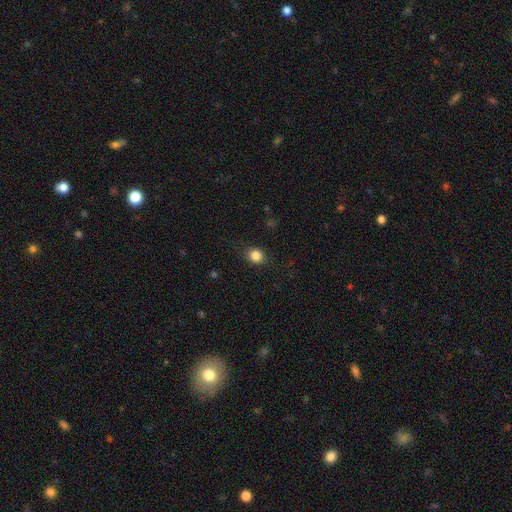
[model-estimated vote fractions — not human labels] This is clearly a smooth galaxy (84%). How rounded: likely round (76%). Merging: clearly none (83%).